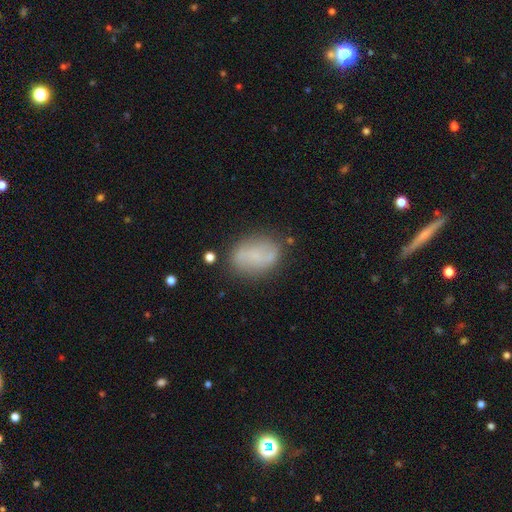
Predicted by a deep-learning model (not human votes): smooth-or-featured: smooth: 58% | featured or disk: 33% | star or artifact: 10%
  how-rounded: in between: 79% | round: 18% | cigar-shaped: 2%
  merging: none: 70% | minor disturbance: 18% | major disturbance: 6% | merger: 5%